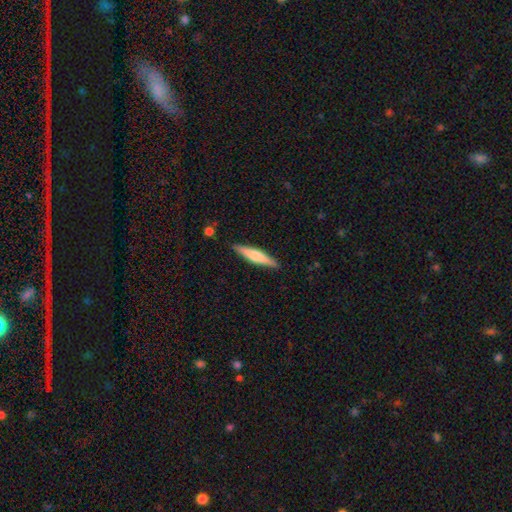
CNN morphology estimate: Overall: smooth (53%; featured or disk 42%). How rounded: cigar-shaped (87%). Merging: none (89%).